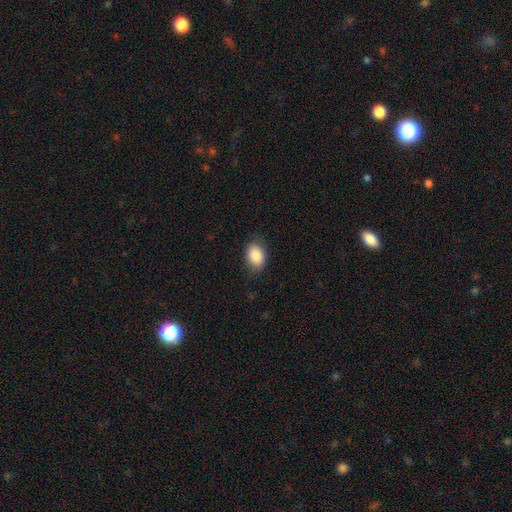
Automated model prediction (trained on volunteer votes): Smooth or featured: smooth — 87% (star or artifact — 7%)
How rounded: in between — 82% (round — 17%)
Merging: none — 81% (minor disturbance — 15%)